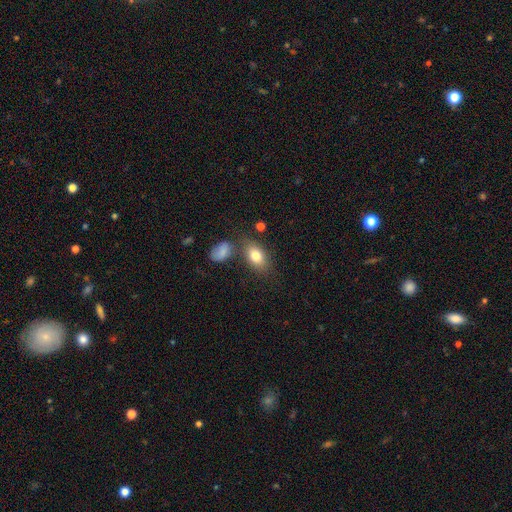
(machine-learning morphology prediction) smooth-or-featured: smooth: 79% | featured or disk: 12% | star or artifact: 8%
  how-rounded: in between: 86% | round: 12% | cigar-shaped: 2%
  merging: none: 70% | minor disturbance: 15% | merger: 11% | major disturbance: 5%